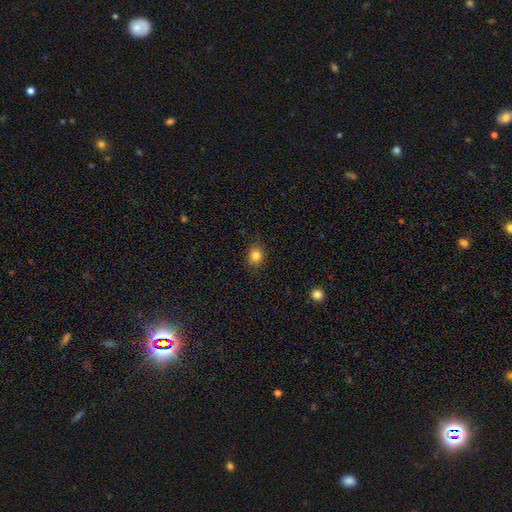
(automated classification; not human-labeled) A smooth galaxy with no disk features (84%) that is round (71%).

Vote fractions:
- Smooth or featured? smooth: 84% / star or artifact: 11% / featured or disk: 5%
- How rounded? round: 71% / in between: 28% / cigar-shaped: 1%
- Merging? none: 87% / minor disturbance: 10% / major disturbance: 2% / merger: 1%